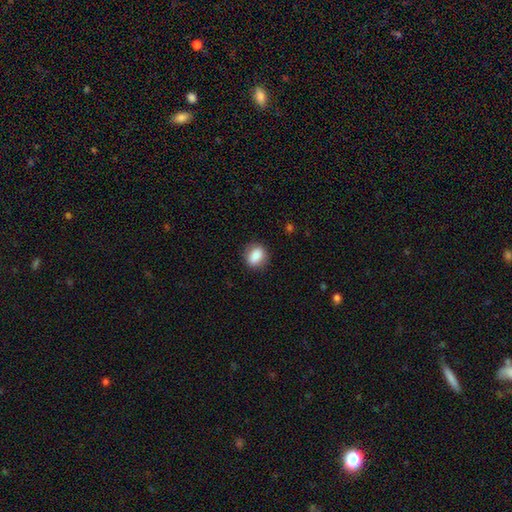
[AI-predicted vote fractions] Morphology: type=smooth (87%); roundness=round (51%); merging=none (83%).